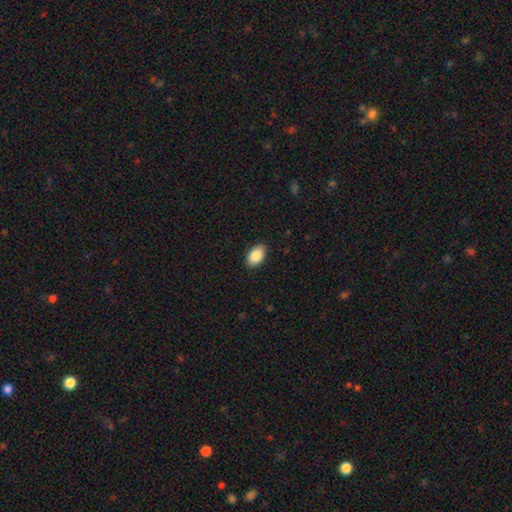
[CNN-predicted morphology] smooth 88%, star or artifact 7%, featured or disk 5%. Down the decision tree: how rounded — in between (93%); merging — none (89%).